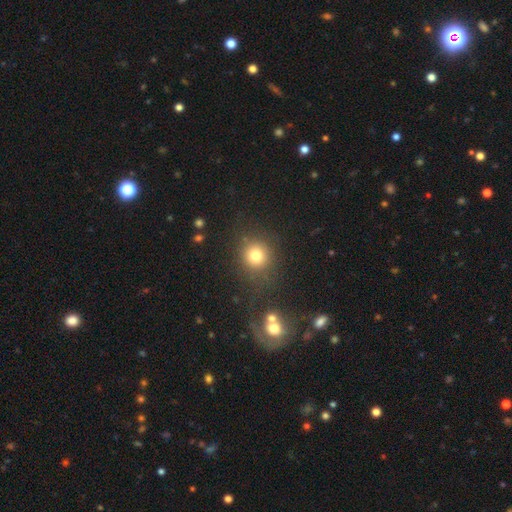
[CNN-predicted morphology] A smooth galaxy with no disk features (77%) that is round (90%).

Vote fractions:
- Smooth or featured? smooth: 77% / star or artifact: 15% / featured or disk: 8%
- How rounded? round: 90% / in between: 9% / cigar-shaped: 1%
- Merging? none: 78% / minor disturbance: 10% / merger: 6% / major disturbance: 6%